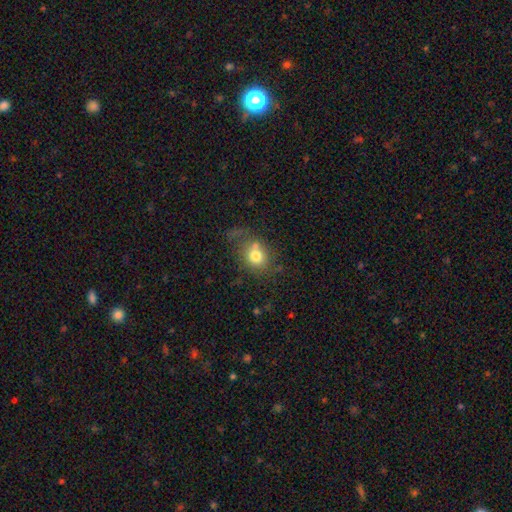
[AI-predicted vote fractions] Smooth or featured? smooth (74%)
How rounded? round (58%)
Merging? none (48%)